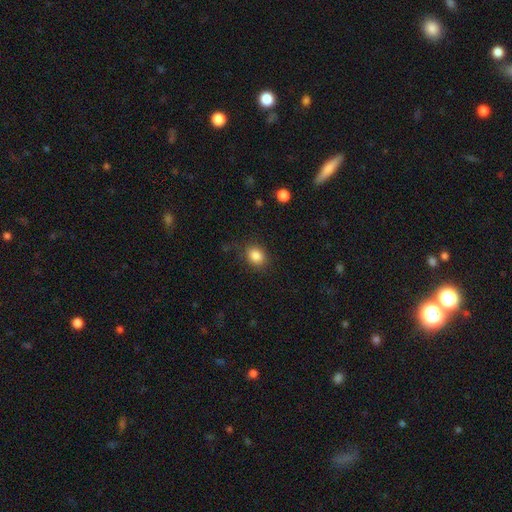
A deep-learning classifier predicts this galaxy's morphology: smooth 85%, star or artifact 10%, featured or disk 5%. Down the decision tree: how rounded — round (58%); merging — none (84%).